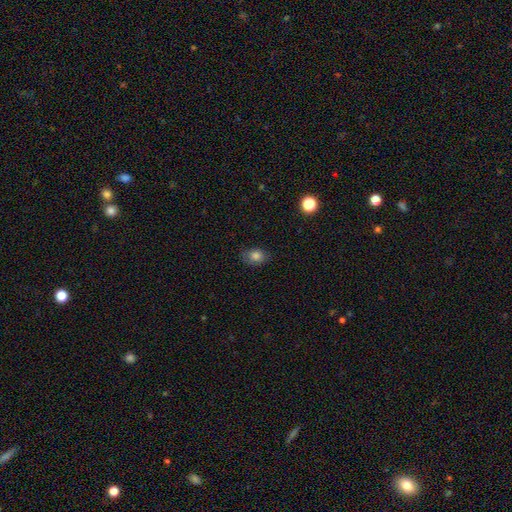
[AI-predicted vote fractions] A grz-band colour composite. It shows a smooth galaxy with no disk features (81%) that is in between round and cigar-shaped (59%). Merging: none (77%).